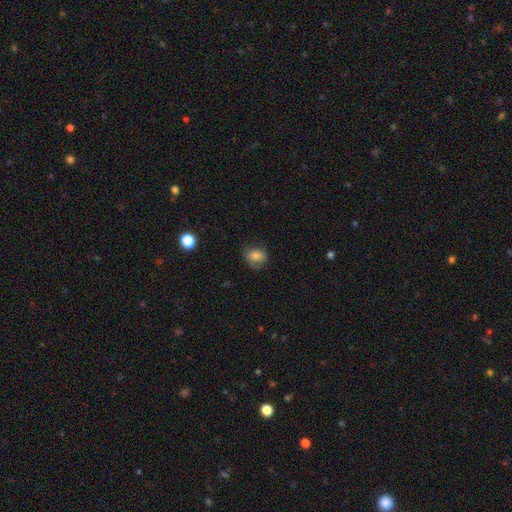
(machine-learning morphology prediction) The model was most divided on "how rounded": round: 56%, in between: 43%, cigar-shaped: 1%. More confident: smooth or featured — smooth (76%); merging — none (64%).